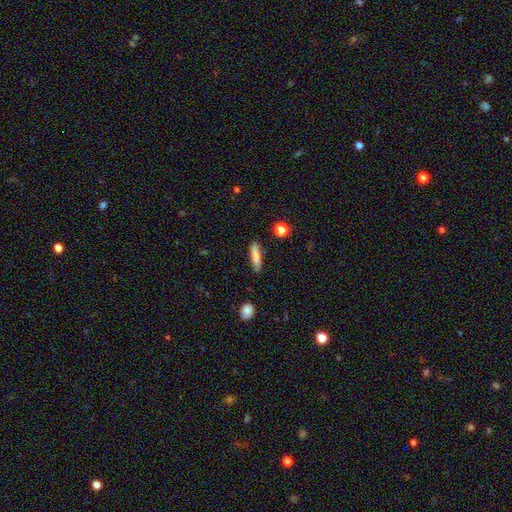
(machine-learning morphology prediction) This appears to be a smooth galaxy with no disk features (78%) that is cigar-shaped (81%). Merging: none (80%).